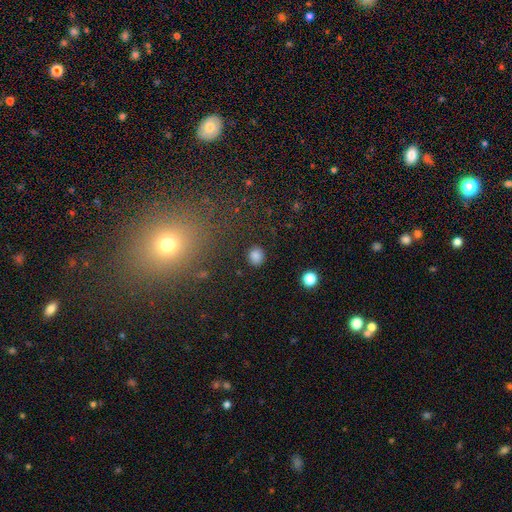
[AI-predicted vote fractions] A smooth galaxy with no disk features (83%) that is round (78%).

Vote fractions:
- Smooth or featured? smooth: 83% / star or artifact: 12% / featured or disk: 5%
- How rounded? round: 78% / in between: 21% / cigar-shaped: 1%
- Merging? none: 88% / minor disturbance: 8% / major disturbance: 3% / merger: 1%